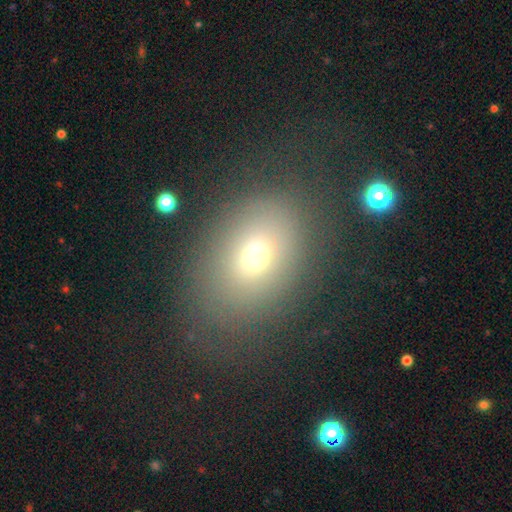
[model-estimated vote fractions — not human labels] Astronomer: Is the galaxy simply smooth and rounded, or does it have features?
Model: smooth — 66%.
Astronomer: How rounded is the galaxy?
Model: in between — 60% (runner-up: round, 39%).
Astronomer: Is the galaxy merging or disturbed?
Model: none — 70%.